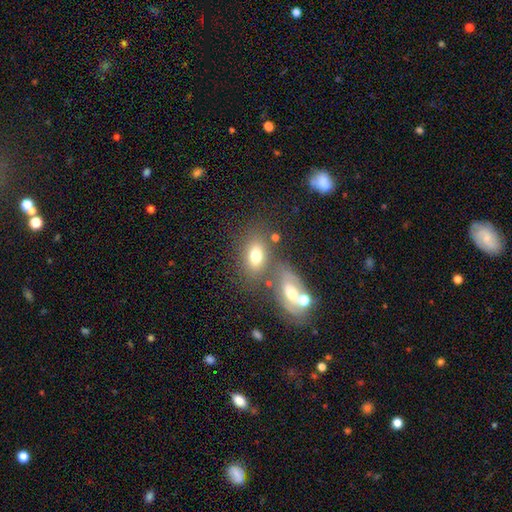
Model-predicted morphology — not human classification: Overall: smooth (70%). How rounded: in between (83%). Merging: none (54%; merger 26%).